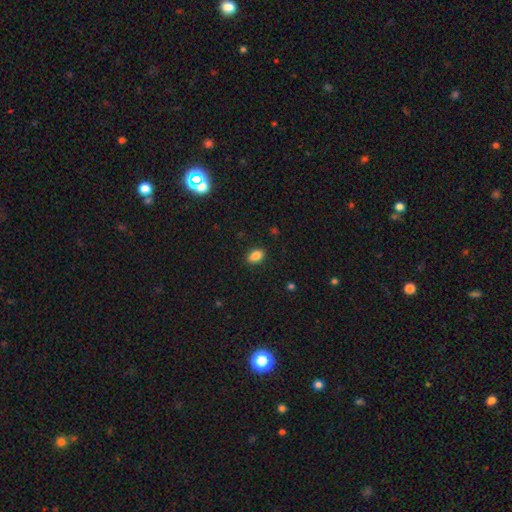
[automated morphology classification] Smooth or featured: smooth — 86% (star or artifact — 9%)
How rounded: in between — 85% (round — 13%)
Merging: none — 88% (minor disturbance — 9%)